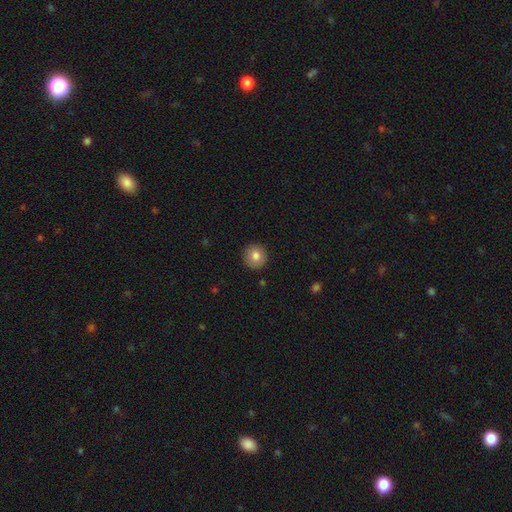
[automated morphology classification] The model was most divided on "smooth or featured": smooth: 80%, featured or disk: 11%, star or artifact: 9%. More confident: how rounded — round (94%); merging — none (91%).